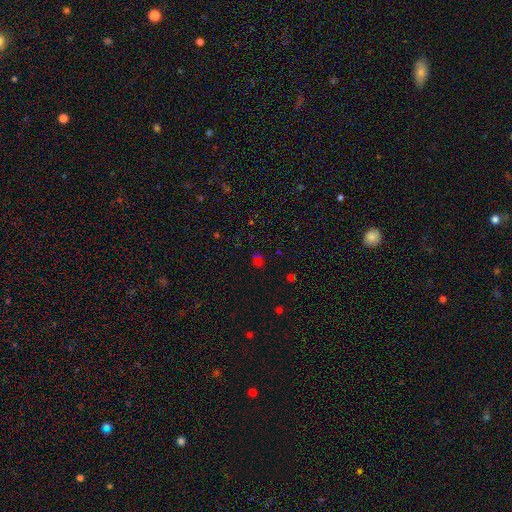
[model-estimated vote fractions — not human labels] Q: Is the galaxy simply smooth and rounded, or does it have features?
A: smooth — 49%.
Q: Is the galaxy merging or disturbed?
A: none — 73%.